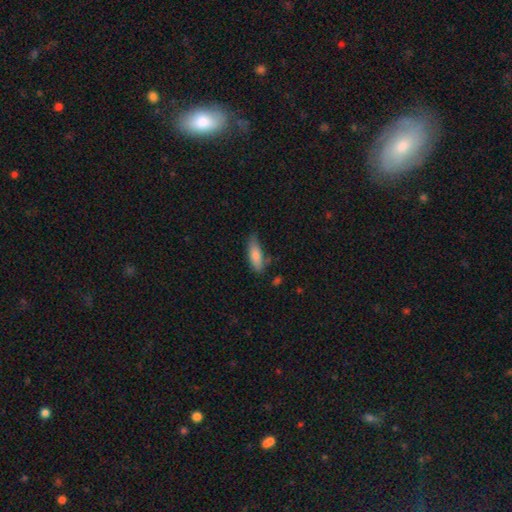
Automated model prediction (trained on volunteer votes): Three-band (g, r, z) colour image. It shows a smooth galaxy with no disk features (80%) that is in between round and cigar-shaped (54%). Merging: none (62%).